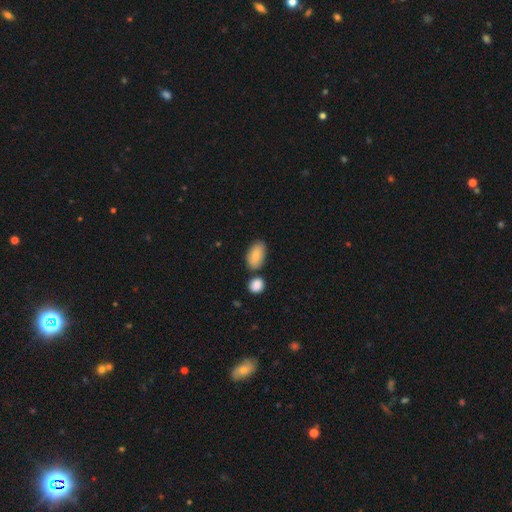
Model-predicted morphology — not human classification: A smooth galaxy with no disk features (84%) that is in between round and cigar-shaped (93%). Merging: none (68%).